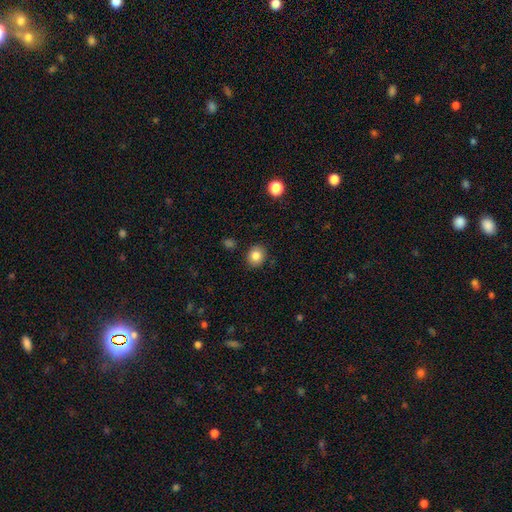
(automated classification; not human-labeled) Overall: smooth (85%). How rounded: round (71%). Merging: none (88%).